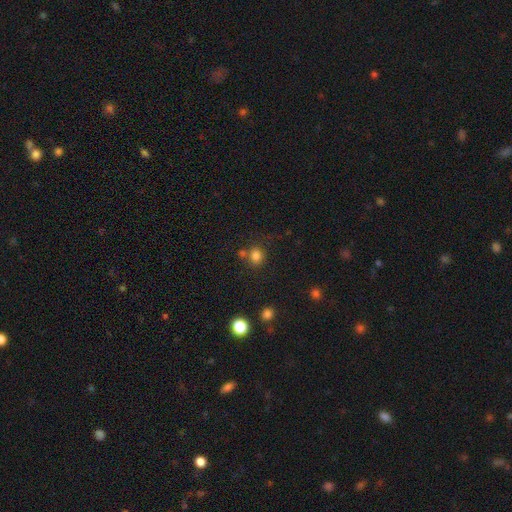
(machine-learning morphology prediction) A smooth galaxy with no disk features (79%) that is round (77%).

Vote fractions:
- Smooth or featured? smooth: 79% / star or artifact: 15% / featured or disk: 6%
- How rounded? round: 77% / in between: 22% / cigar-shaped: 1%
- Merging? none: 66% / merger: 19% / minor disturbance: 11% / major disturbance: 4%